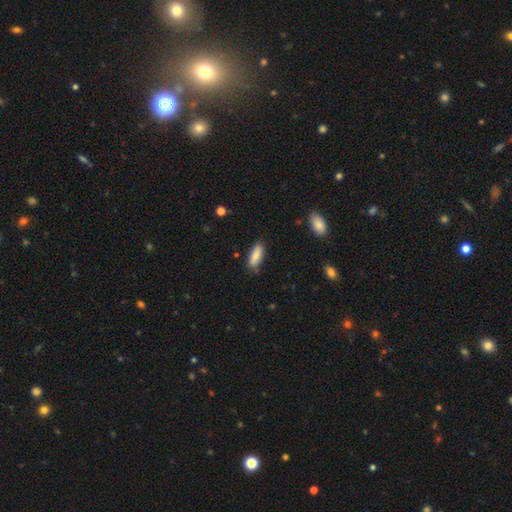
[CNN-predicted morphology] smooth-or-featured: smooth: 82% | featured or disk: 11% | star or artifact: 6%
  how-rounded: in between: 69% | cigar-shaped: 29% | round: 2%
  merging: none: 83% | minor disturbance: 13% | major disturbance: 2% | merger: 2%